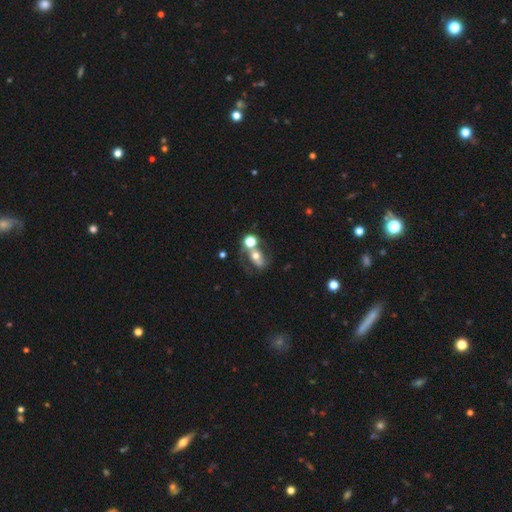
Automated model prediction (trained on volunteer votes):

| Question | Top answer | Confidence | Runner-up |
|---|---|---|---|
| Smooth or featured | featured or disk | 46% | smooth (41%) |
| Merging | merger | 41% | none (33%) |